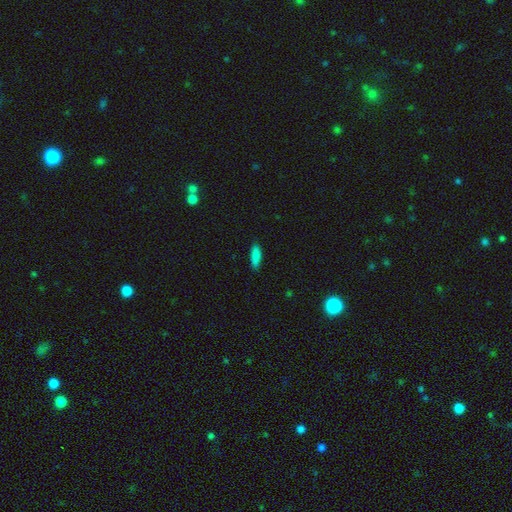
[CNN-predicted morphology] Overall: smooth (87%). How rounded: cigar-shaped (54%; in between 44%). Merging: none (85%).